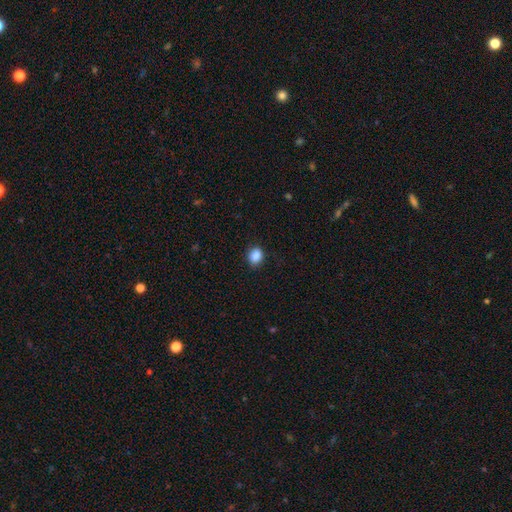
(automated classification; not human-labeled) Smooth or featured?
  - smooth: 88% *
  - star or artifact: 9%
  - featured or disk: 3%
How rounded?
  - in between: 53% *
  - round: 45%
  - cigar-shaped: 1%
Merging?
  - none: 86% *
  - minor disturbance: 11%
  - major disturbance: 3%
  - merger: 1%